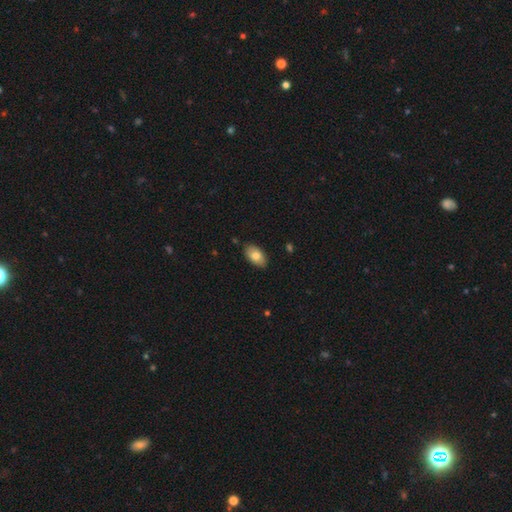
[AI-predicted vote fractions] A smooth galaxy with no disk features (78%) that is in between round and cigar-shaped (94%). Merging: none (87%).